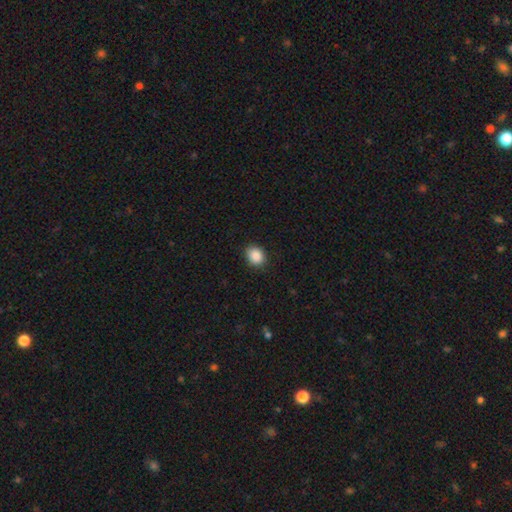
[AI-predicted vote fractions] Morphology: type=smooth (88%); roundness=in between (52%); merging=none (88%).